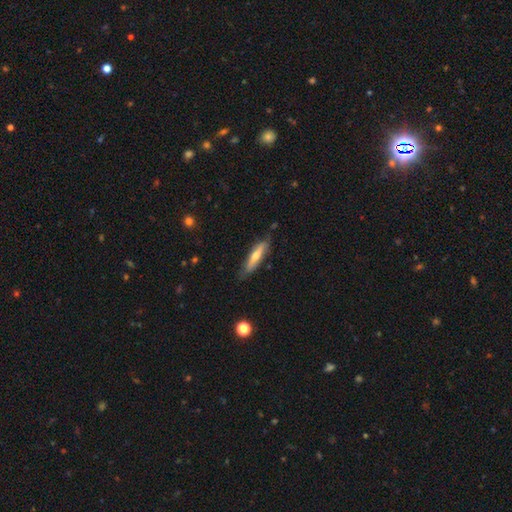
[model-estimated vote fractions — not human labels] Smooth or featured?
  - smooth: 49% *
  - featured or disk: 45%
  - star or artifact: 6%
Merging?
  - none: 80% *
  - minor disturbance: 16%
  - major disturbance: 2%
  - merger: 2%